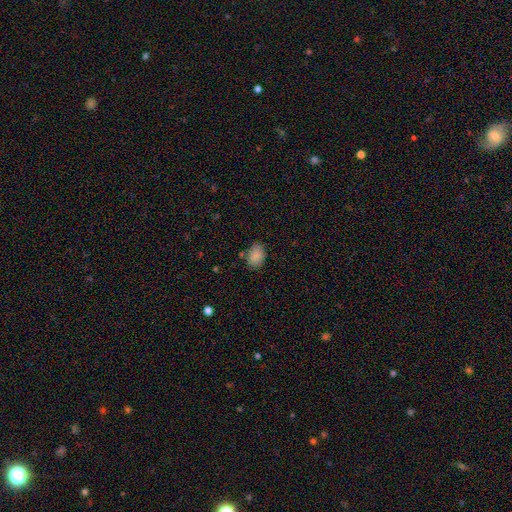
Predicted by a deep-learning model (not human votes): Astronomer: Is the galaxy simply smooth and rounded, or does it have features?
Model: smooth — 87%.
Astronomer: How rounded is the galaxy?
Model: in between — 76%.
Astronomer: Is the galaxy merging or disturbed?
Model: none — 76%.